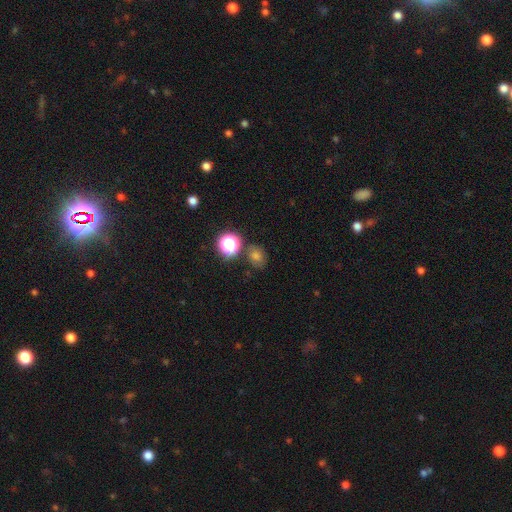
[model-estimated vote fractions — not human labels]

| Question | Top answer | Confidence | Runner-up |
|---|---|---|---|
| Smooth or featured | smooth | 56% | star or artifact (35%) |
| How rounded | round | 72% | in between (26%) |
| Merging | none | 78% | minor disturbance (11%) |